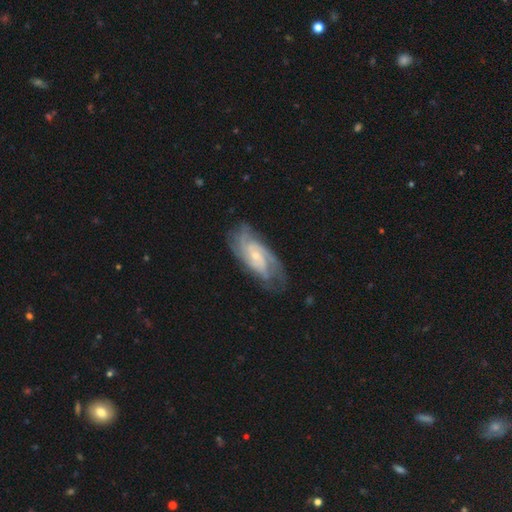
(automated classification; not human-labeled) Q: Smooth or featured?
A: featured or disk (84%); runner-up: smooth (11%)
Q: Edge-on disk?
A: no (94%); runner-up: yes (6%)
Q: Bar?
A: no (59%); runner-up: weak (33%)
Q: Spiral arms?
A: yes (96%); runner-up: no (4%)
Q: Spiral winding?
A: tight (54%); runner-up: medium (37%)
Q: Spiral arm count?
A: can't tell (29%); tied with: 2 (29%)
Q: Bulge size?
A: small (71%); runner-up: moderate (23%)
Q: Merging?
A: none (73%); runner-up: minor disturbance (19%)